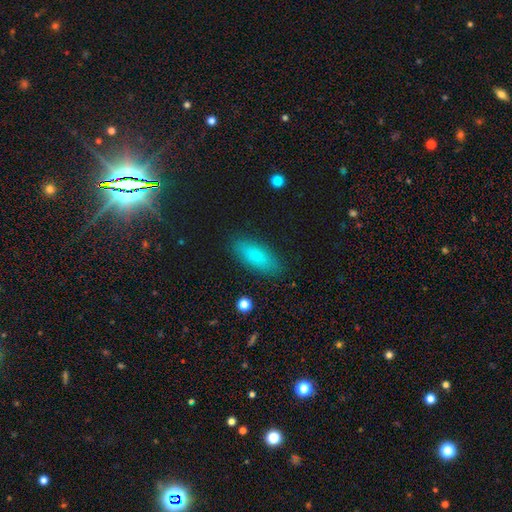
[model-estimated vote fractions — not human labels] Smooth or featured: smooth — 84% (featured or disk — 8%)
How rounded: in between — 71% (cigar-shaped — 27%)
Merging: none — 87% (minor disturbance — 9%)